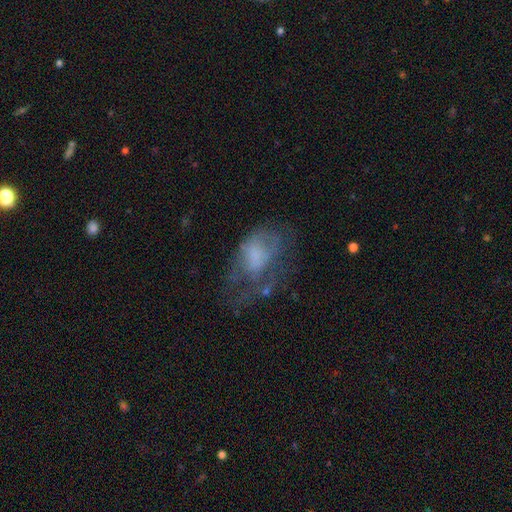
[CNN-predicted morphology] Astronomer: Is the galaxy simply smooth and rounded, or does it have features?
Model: smooth — 43%, tied with featured or disk at 43%.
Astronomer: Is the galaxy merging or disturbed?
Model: major disturbance — 41% (runner-up: none, 31%).